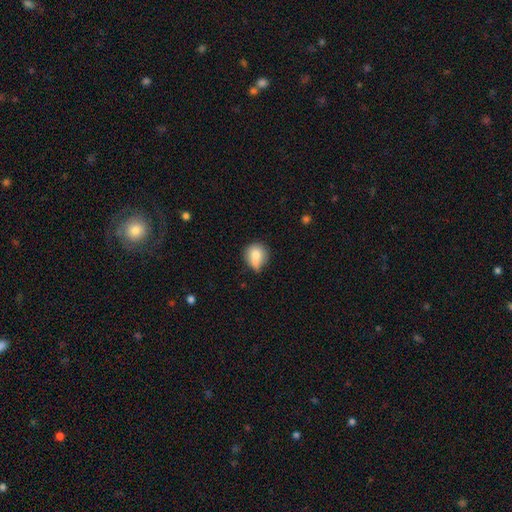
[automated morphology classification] Smooth or featured?
  - smooth: 76% *
  - featured or disk: 14%
  - star or artifact: 10%
How rounded?
  - round: 78% *
  - in between: 21%
  - cigar-shaped: 1%
Merging?
  - none: 47% *
  - minor disturbance: 33%
  - merger: 13%
  - major disturbance: 8%